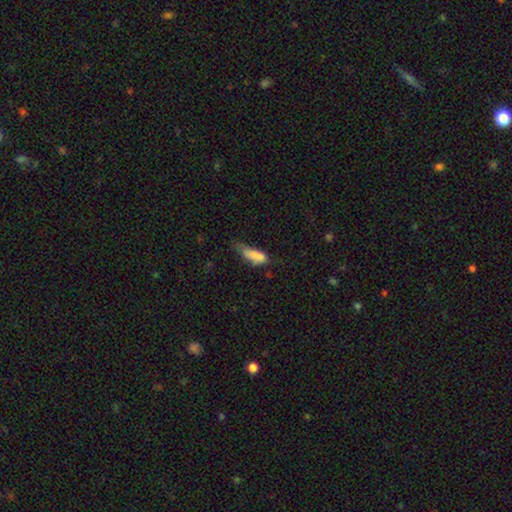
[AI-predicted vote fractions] This appears to be a smooth galaxy with no disk features (80%) that is in between round and cigar-shaped (61%). Merging: minor disturbance (42%).